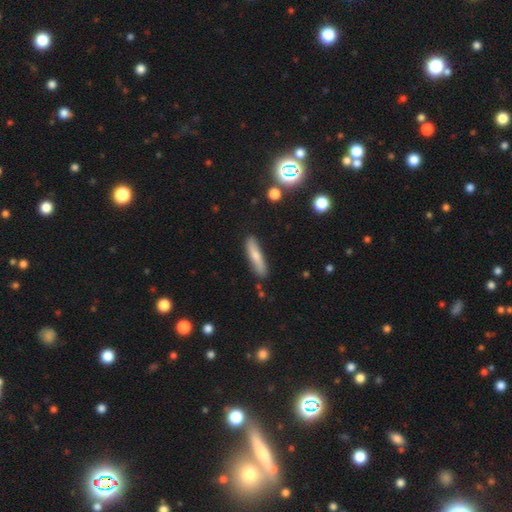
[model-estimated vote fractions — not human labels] The model was most divided on "smooth or featured": smooth: 69%, featured or disk: 24%, star or artifact: 7%. More confident: merging — none (82%); how rounded — cigar-shaped (80%).